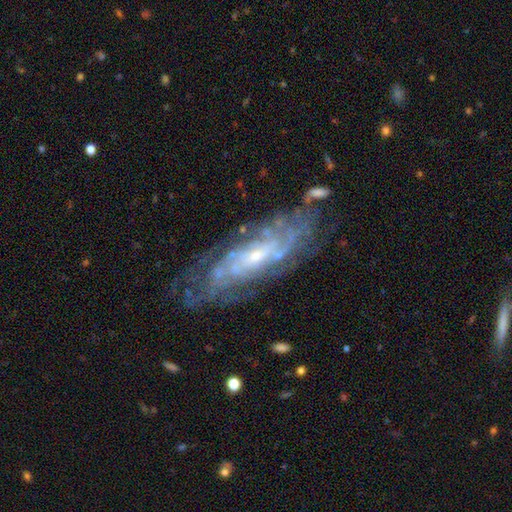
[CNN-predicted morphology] smooth-or-featured: featured or disk: 86% | smooth: 8% | star or artifact: 6%
  disk-edge-on: no: 87% | yes: 13%
    bar: no: 63% | weak: 29% | strong: 9%
    has-spiral-arms: yes: 94% | no: 6%
      spiral-winding: tight: 69% | medium: 25% | loose: 6%
      spiral-arm-count: can't tell: 46% | 4: 14% | 2: 13% | 3: 11% | more than 4: 10% | 1: 5%
    bulge-size: small: 69% | moderate: 25% | none: 3% | large: 2% | dominant: 1%
  merging: none: 71% | minor disturbance: 18% | major disturbance: 8% | merger: 3%